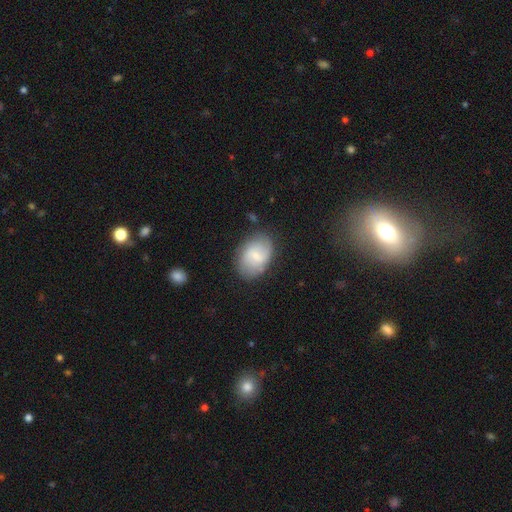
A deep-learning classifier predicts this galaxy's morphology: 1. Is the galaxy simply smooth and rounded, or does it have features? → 49% smooth, 43% featured or disk, 8% star or artifact.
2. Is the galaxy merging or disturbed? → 74% none, 18% minor disturbance, 5% major disturbance, 3% merger.